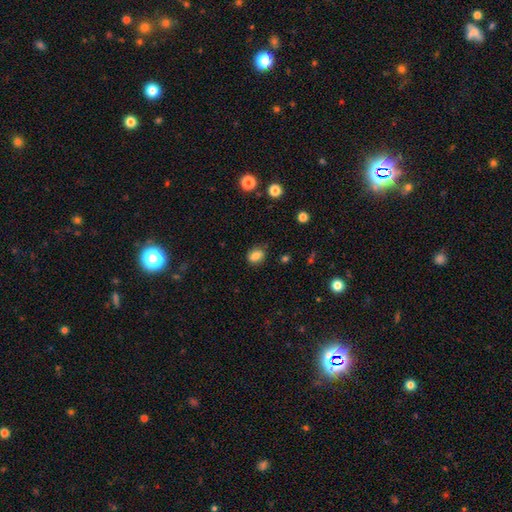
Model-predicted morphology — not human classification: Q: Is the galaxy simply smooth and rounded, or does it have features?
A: smooth — 80%.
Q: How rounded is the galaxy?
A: in between — 60%.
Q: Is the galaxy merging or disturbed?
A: none — 78%.